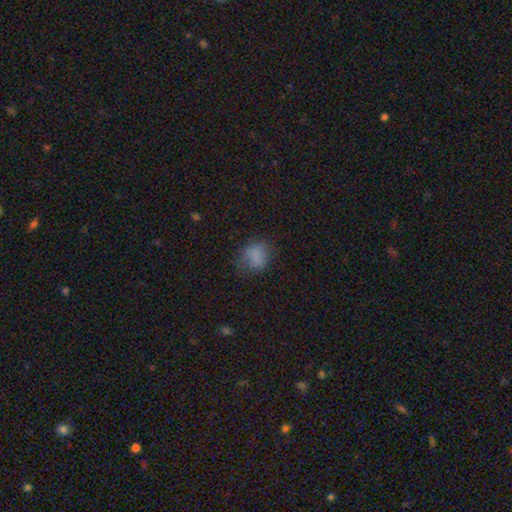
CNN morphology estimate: A smooth galaxy with no disk features (75%) that is round (51%).

Vote fractions:
- Smooth or featured? smooth: 75% / star or artifact: 14% / featured or disk: 11%
- How rounded? round: 51% / in between: 48% / cigar-shaped: 1%
- Merging? none: 60% / minor disturbance: 24% / major disturbance: 14% / merger: 2%